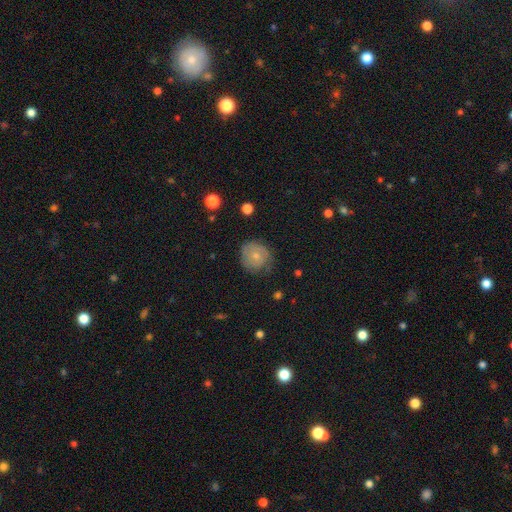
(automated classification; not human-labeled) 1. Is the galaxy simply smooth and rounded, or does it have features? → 64% smooth, 28% featured or disk, 8% star or artifact.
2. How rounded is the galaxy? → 85% round, 14% in between, 1% cigar-shaped.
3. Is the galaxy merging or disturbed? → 67% none, 24% minor disturbance, 8% major disturbance, 1% merger.